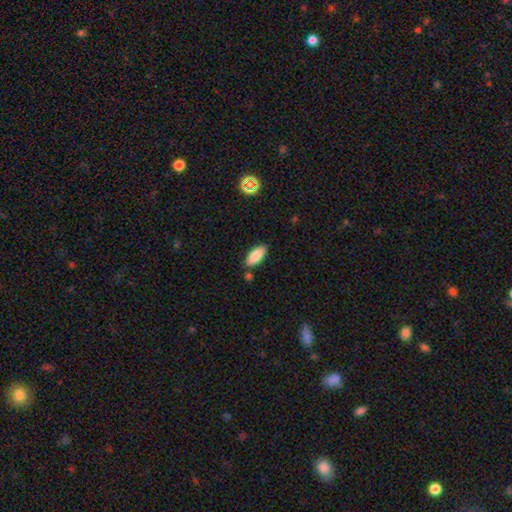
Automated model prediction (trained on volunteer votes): smooth-or-featured: smooth: 85% | featured or disk: 8% | star or artifact: 7%
  how-rounded: in between: 84% | cigar-shaped: 14% | round: 2%
  merging: none: 81% | minor disturbance: 12% | merger: 5% | major disturbance: 2%